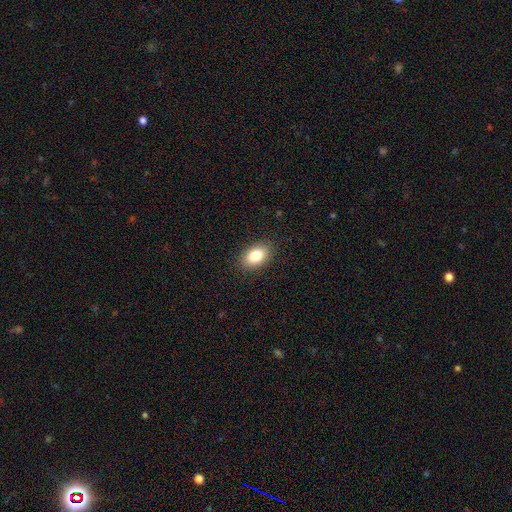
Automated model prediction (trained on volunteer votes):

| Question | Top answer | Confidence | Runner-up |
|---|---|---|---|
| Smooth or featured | smooth | 83% | featured or disk (9%) |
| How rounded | in between | 88% | round (11%) |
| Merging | none | 88% | minor disturbance (9%) |